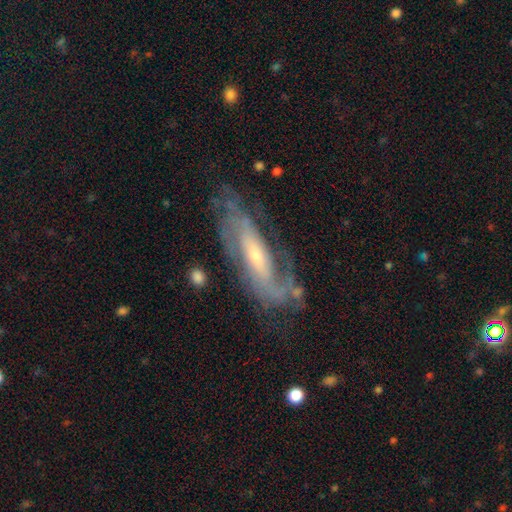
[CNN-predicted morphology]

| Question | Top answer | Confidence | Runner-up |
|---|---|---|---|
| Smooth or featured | featured or disk | 82% | smooth (11%) |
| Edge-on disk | no | 82% | yes (18%) |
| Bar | no | 41% | weak (35%) |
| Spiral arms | yes | 90% | no (10%) |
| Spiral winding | tight | 45% | medium (39%) |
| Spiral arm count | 2 | 50% | can't tell (31%) |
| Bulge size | small | 60% | moderate (34%) |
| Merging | none | 65% | minor disturbance (20%) |